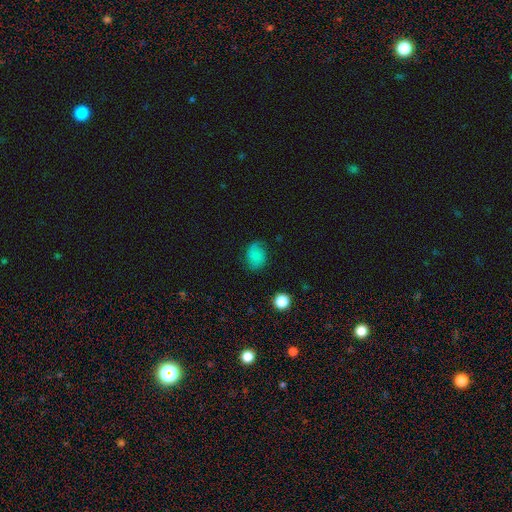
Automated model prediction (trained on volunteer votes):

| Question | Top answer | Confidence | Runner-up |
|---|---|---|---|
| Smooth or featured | smooth | 66% | featured or disk (21%) |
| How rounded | in between | 54% | round (45%) |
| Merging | none | 68% | minor disturbance (23%) |